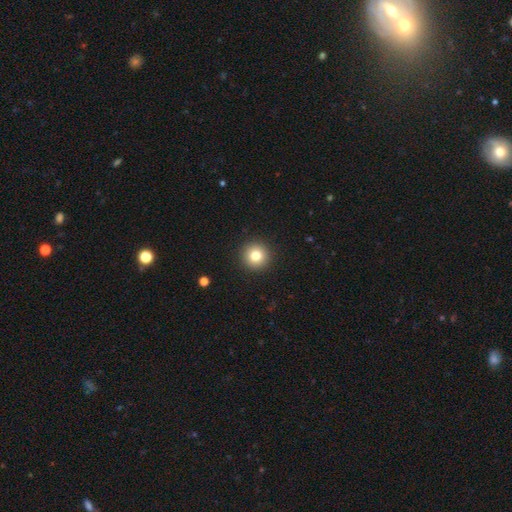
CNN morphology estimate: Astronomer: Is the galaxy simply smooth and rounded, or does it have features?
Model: smooth — 79%.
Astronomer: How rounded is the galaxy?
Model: round — 96%.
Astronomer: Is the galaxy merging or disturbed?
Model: none — 93%.